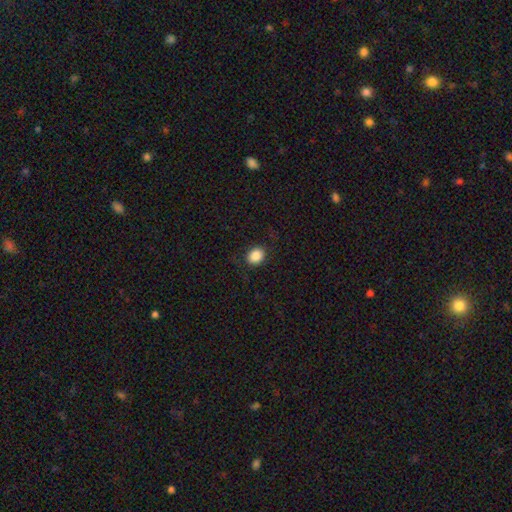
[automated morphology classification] Smooth or featured: smooth — 86% (star or artifact — 9%)
How rounded: round — 59% (in between — 40%)
Merging: none — 86% (minor disturbance — 10%)